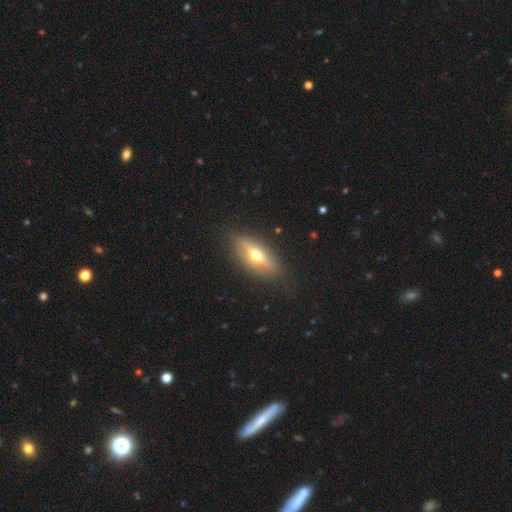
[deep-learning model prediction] A featured or disk galaxy (53%) viewed edge-on (81%). Merging: none (84%).